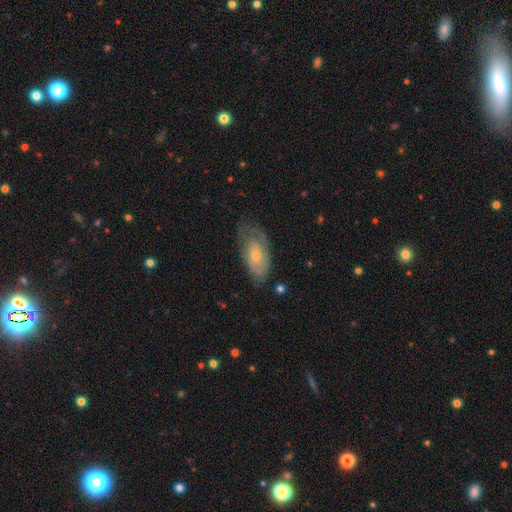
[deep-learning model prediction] smooth-or-featured: featured or disk: 62% | smooth: 31% | star or artifact: 7%
  disk-edge-on: no: 92% | yes: 8%
    bar: no: 77% | weak: 20% | strong: 3%
    has-spiral-arms: yes: 76% | no: 24%
    bulge-size: small: 63% | moderate: 32% | none: 2% | large: 2% | dominant: 1%
  merging: none: 59% | minor disturbance: 26% | major disturbance: 14% | merger: 2%